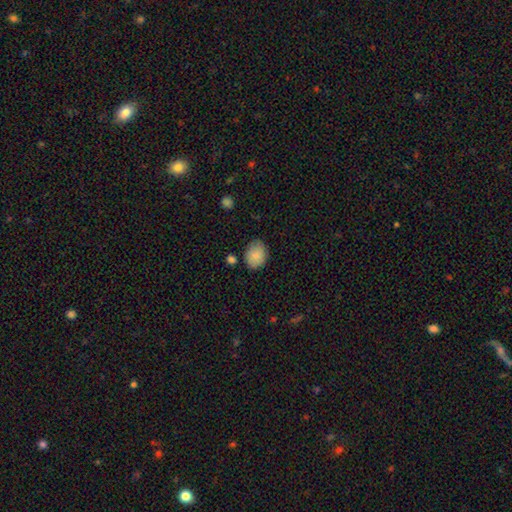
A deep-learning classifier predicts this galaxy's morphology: smooth-or-featured: smooth: 87% | star or artifact: 7% | featured or disk: 6%
  how-rounded: in between: 60% | round: 39% | cigar-shaped: 1%
  merging: none: 76% | minor disturbance: 17% | major disturbance: 4% | merger: 3%